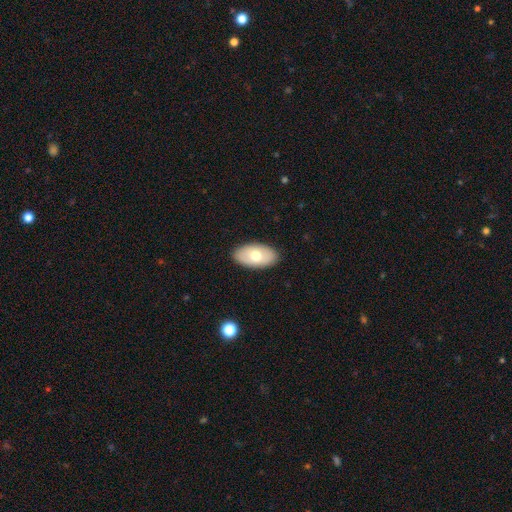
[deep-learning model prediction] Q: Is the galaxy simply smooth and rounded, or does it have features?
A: smooth — 65%.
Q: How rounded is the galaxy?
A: in between — 94%.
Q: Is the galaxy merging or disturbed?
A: none — 88%.